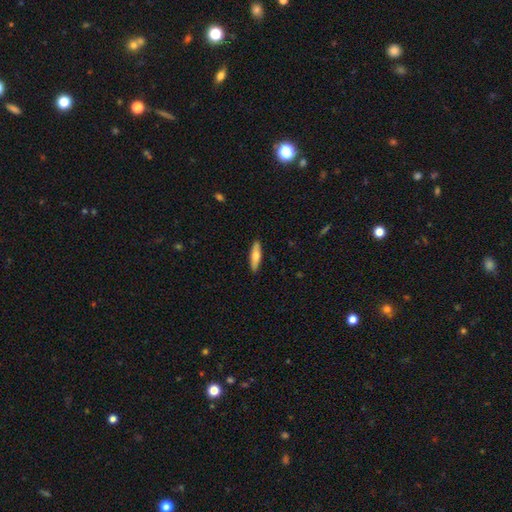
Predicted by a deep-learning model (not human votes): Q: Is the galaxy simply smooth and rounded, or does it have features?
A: smooth — 65%.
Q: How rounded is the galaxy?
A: cigar-shaped — 73%.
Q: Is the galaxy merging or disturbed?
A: none — 90%.